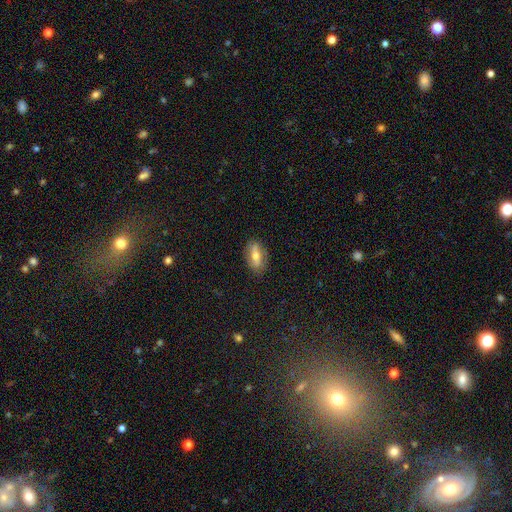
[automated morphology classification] Smooth or featured?
  - smooth: 54% *
  - featured or disk: 38%
  - star or artifact: 9%
How rounded?
  - in between: 82% *
  - cigar-shaped: 12%
  - round: 6%
Merging?
  - none: 83% *
  - minor disturbance: 13%
  - major disturbance: 3%
  - merger: 1%